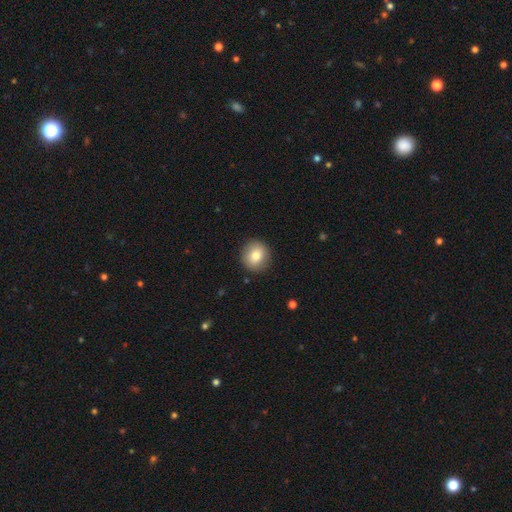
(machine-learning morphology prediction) A smooth galaxy with no disk features (79%) that is round (88%).

Vote fractions:
- Smooth or featured? smooth: 79% / featured or disk: 12% / star or artifact: 8%
- How rounded? round: 88% / in between: 11% / cigar-shaped: 1%
- Merging? none: 90% / minor disturbance: 7% / major disturbance: 2% / merger: 1%